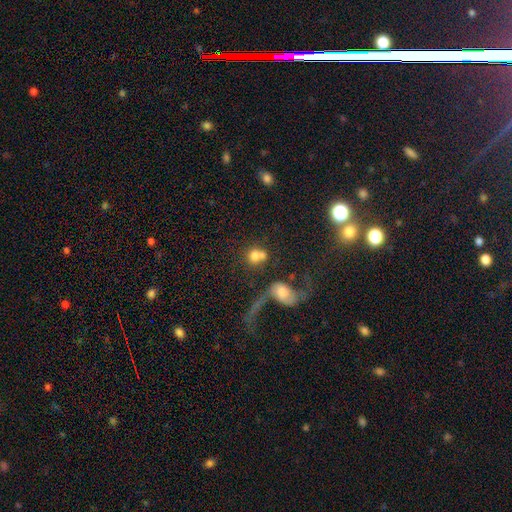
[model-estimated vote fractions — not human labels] Overall: smooth (69%). How rounded: round (71%). Merging: merger (49%; none 30%).